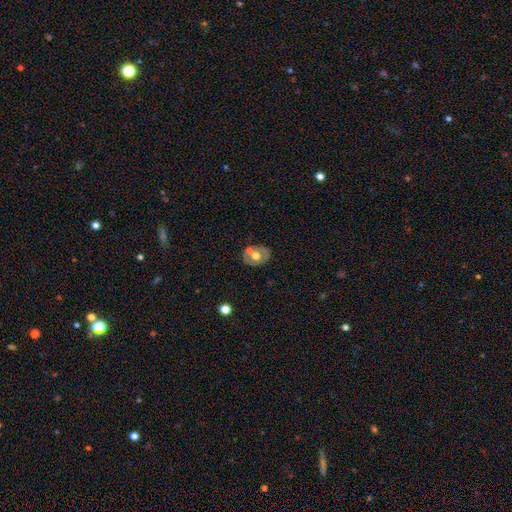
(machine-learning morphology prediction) Smooth or featured?
  - featured or disk: 50% *
  - smooth: 43%
  - star or artifact: 7%
Edge-on disk?
  - no: 93% *
  - yes: 7%
Merging?
  - none: 61% *
  - merger: 20%
  - minor disturbance: 14%
  - major disturbance: 5%